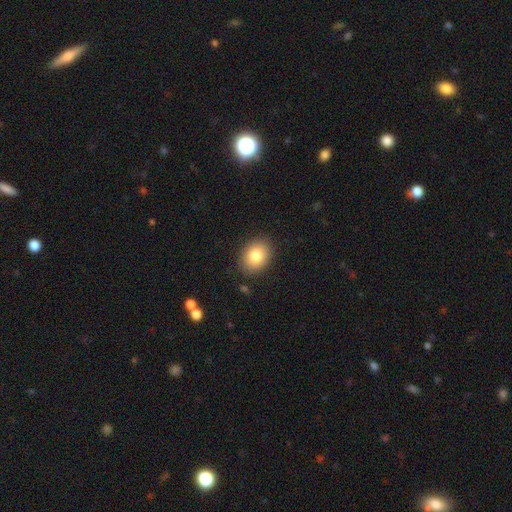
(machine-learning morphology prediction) Smooth or featured: smooth — 82% (featured or disk — 10%)
How rounded: in between — 61% (round — 38%)
Merging: none — 86% (minor disturbance — 10%)